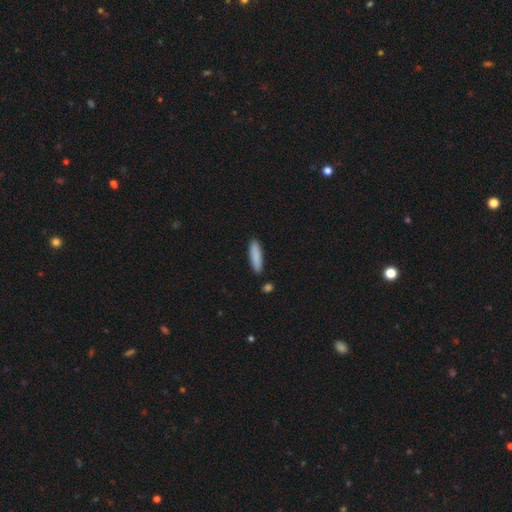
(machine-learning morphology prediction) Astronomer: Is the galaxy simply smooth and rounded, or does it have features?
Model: smooth — 87%.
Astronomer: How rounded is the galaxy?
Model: cigar-shaped — 76%.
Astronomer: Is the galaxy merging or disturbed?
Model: none — 87%.